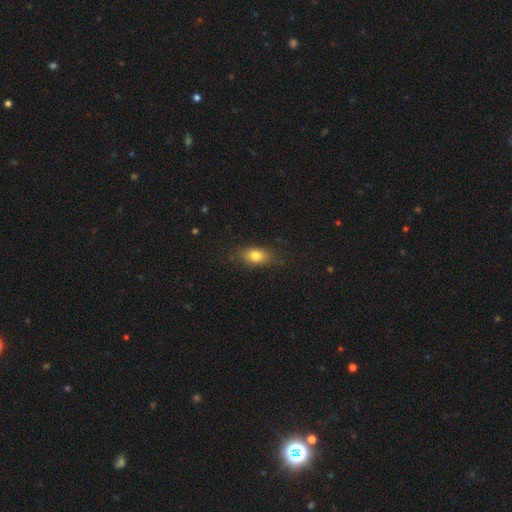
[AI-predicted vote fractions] This appears to be a smooth galaxy with no disk features (79%) that is in between round and cigar-shaped (79%). Merging: none (77%).